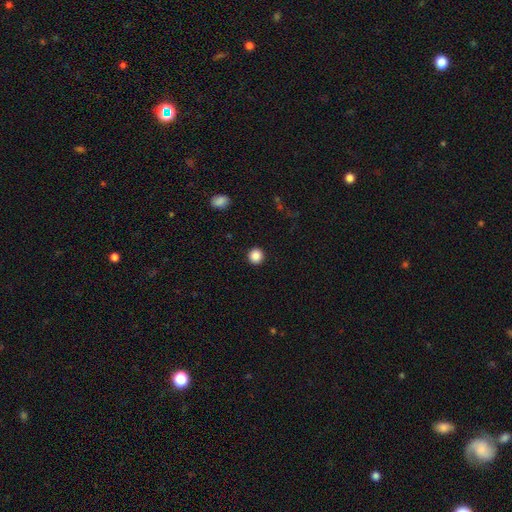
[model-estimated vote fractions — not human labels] smooth 87%, star or artifact 10%, featured or disk 3%. Down the decision tree: how rounded — round (94%); merging — none (93%).